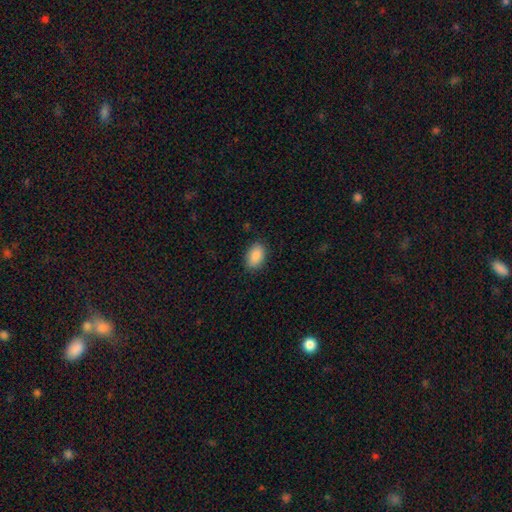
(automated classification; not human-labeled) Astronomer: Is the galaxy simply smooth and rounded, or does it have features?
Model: smooth — 89%.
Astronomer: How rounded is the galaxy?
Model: in between — 90%.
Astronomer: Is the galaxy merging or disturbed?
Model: none — 86%.